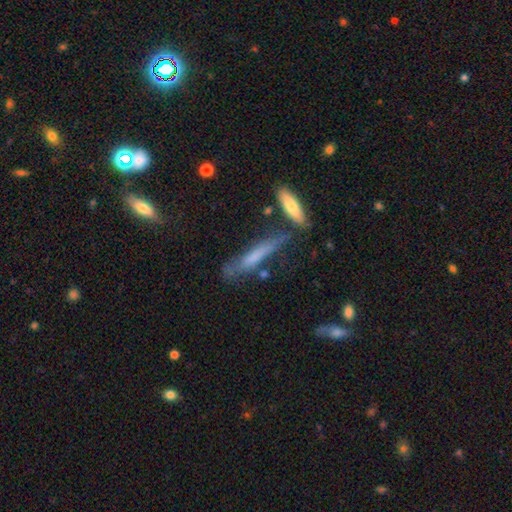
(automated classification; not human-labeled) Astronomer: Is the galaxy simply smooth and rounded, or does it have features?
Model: smooth — 50% (runner-up: featured or disk, 40%).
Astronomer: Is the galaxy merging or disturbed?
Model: none — 60%.